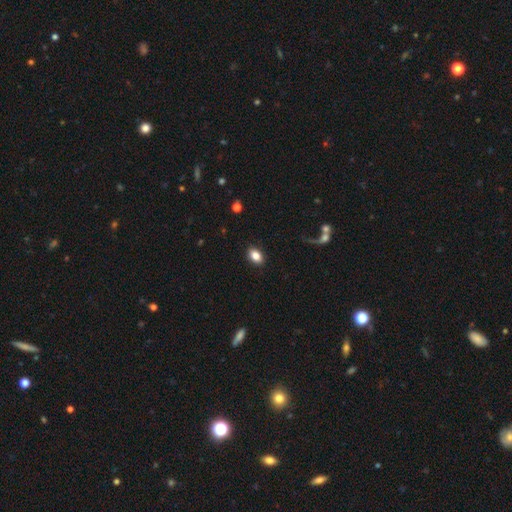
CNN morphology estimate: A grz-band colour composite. It shows a smooth galaxy with no disk features (84%) that is in between round and cigar-shaped (86%). Merging: none (89%).